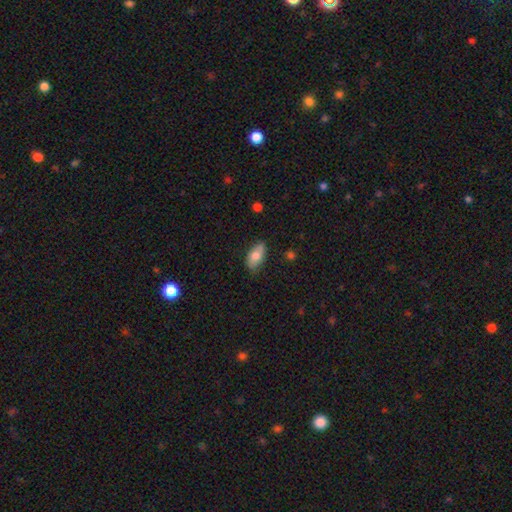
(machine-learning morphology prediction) smooth 75%, featured or disk 19%, star or artifact 7%. Down the decision tree: how rounded — in between (91%); merging — none (76%).